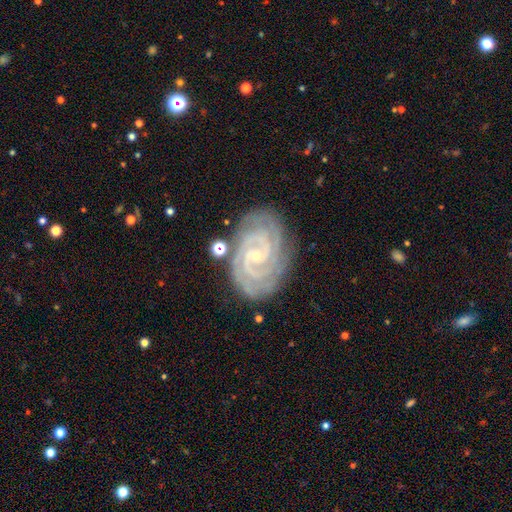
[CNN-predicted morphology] Smooth or featured?
  - featured or disk: 91% *
  - star or artifact: 5%
  - smooth: 3%
Edge-on disk?
  - no: 98% *
  - yes: 2%
Bar?
  - no: 49% *
  - weak: 36%
  - strong: 16%
Spiral arms?
  - yes: 99% *
  - no: 1%
Spiral winding?
  - tight: 81% *
  - medium: 17%
  - loose: 2%
Spiral arm count?
  - 2: 46% *
  - 3: 23%
  - 4: 12%
  - can't tell: 9%
  - more than 4: 5%
  - 1: 5%
Bulge size?
  - small: 84% *
  - moderate: 11%
  - none: 3%
  - large: 1%
  - dominant: 1%
Merging?
  - none: 80% *
  - minor disturbance: 14%
  - major disturbance: 4%
  - merger: 3%